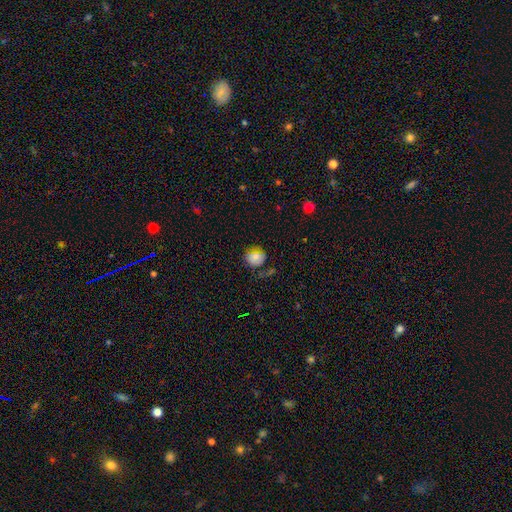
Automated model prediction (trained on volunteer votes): This is likely a smooth galaxy (75%). How rounded: likely round (77%). Merging: likely none (66%).